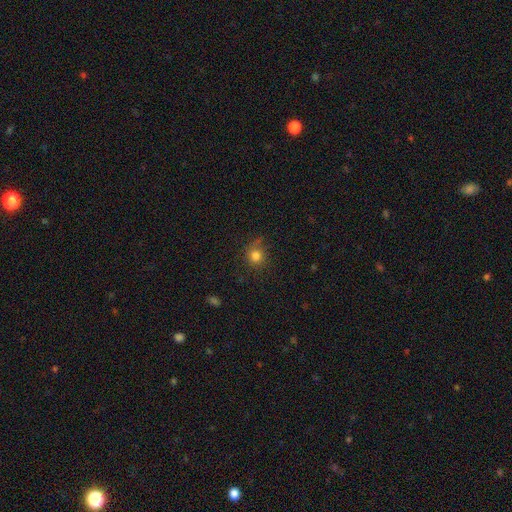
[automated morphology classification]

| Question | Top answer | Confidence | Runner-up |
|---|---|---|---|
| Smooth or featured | smooth | 81% | star or artifact (13%) |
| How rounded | round | 87% | in between (12%) |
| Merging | none | 75% | minor disturbance (17%) |